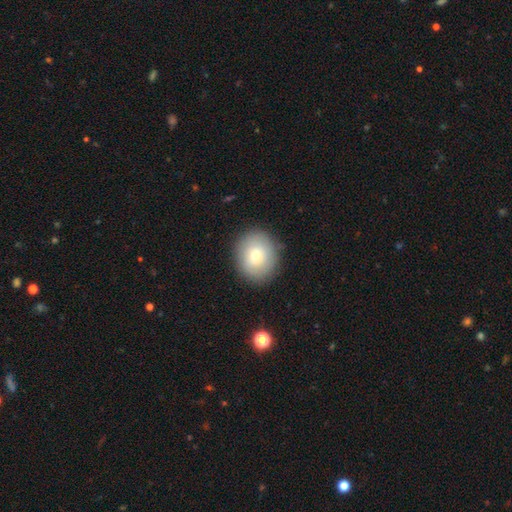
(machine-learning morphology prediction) This appears to be a smooth galaxy with no disk features (73%) that is round (73%). Merging: none (86%).